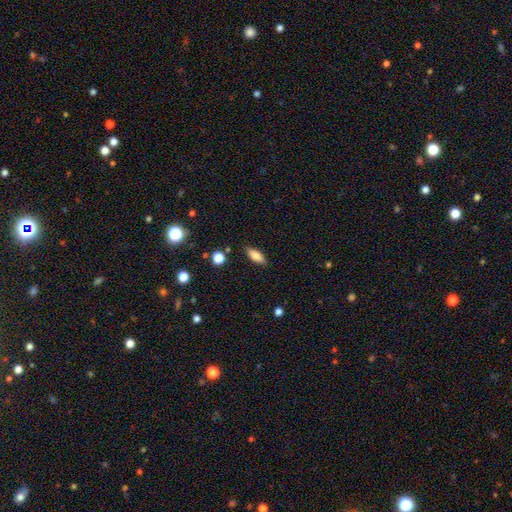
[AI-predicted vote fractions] smooth_or_featured: smooth (p=0.82) [alt: featured or disk p=0.10]
how_rounded: in between (p=0.75) [alt: cigar-shaped p=0.22]
merging: none (p=0.84) [alt: minor disturbance p=0.11]